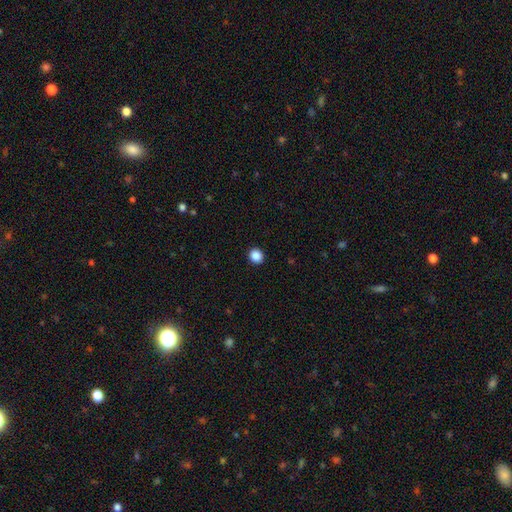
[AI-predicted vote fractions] smooth-or-featured: smooth: 88% | star or artifact: 10% | featured or disk: 3%
  how-rounded: round: 82% | in between: 17% | cigar-shaped: 1%
  merging: none: 93% | minor disturbance: 5% | major disturbance: 2% | merger: 1%